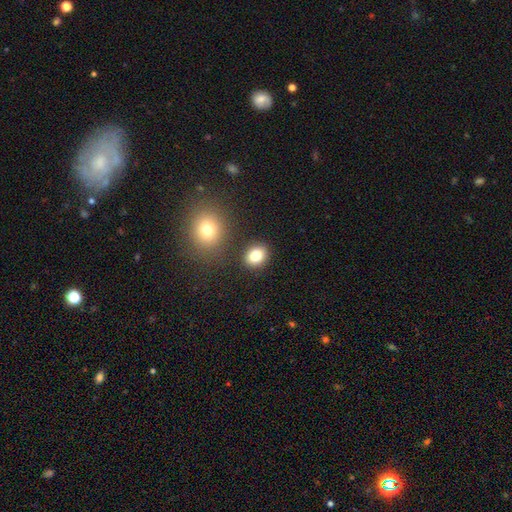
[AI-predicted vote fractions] A smooth galaxy with no disk features (82%) that is round (52%).

Vote fractions:
- Smooth or featured? smooth: 82% / star or artifact: 10% / featured or disk: 7%
- How rounded? round: 52% / in between: 47% / cigar-shaped: 1%
- Merging? none: 82% / minor disturbance: 9% / merger: 6% / major disturbance: 3%